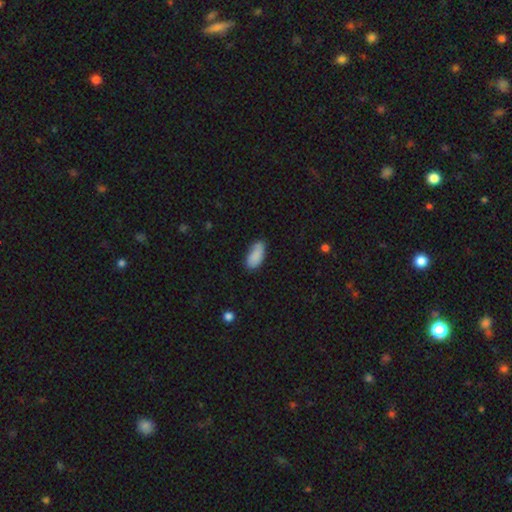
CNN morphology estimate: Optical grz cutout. It shows a smooth galaxy with no disk features (86%) that is in between round and cigar-shaped (90%). Merging: none (70%).